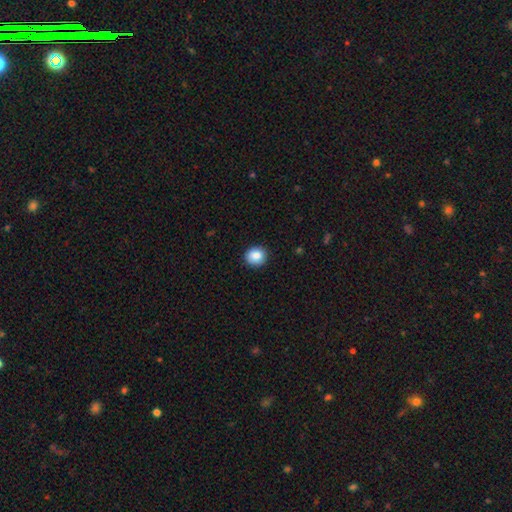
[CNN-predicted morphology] A smooth galaxy with no disk features (87%) that is round (84%).

Vote fractions:
- Smooth or featured? smooth: 87% / star or artifact: 9% / featured or disk: 4%
- How rounded? round: 84% / in between: 15% / cigar-shaped: 1%
- Merging? none: 90% / minor disturbance: 7% / major disturbance: 2% / merger: 1%